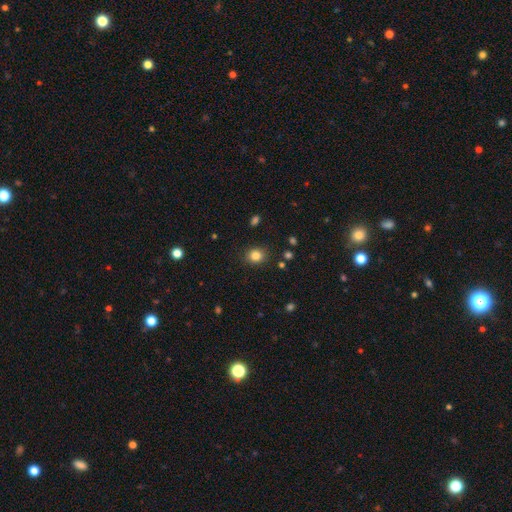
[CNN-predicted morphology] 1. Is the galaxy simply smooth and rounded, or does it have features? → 82% smooth, 12% star or artifact, 6% featured or disk.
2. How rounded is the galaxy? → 74% round, 26% in between, 1% cigar-shaped.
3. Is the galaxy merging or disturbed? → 88% none, 8% minor disturbance, 2% major disturbance, 2% merger.